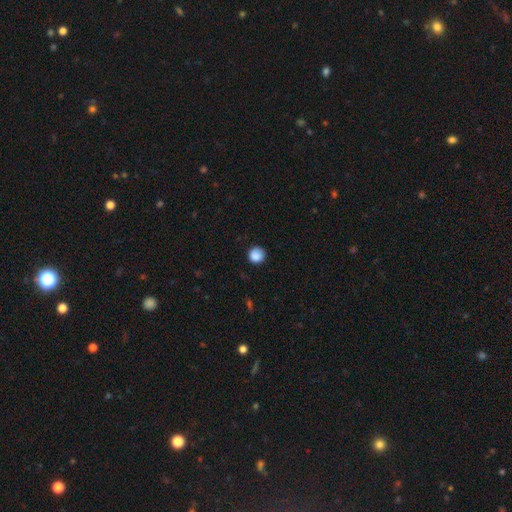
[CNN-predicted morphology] A smooth galaxy with no disk features (87%) that is round (92%).

Vote fractions:
- Smooth or featured? smooth: 87% / star or artifact: 9% / featured or disk: 4%
- How rounded? round: 92% / in between: 7% / cigar-shaped: 1%
- Merging? none: 84% / minor disturbance: 12% / major disturbance: 3% / merger: 1%